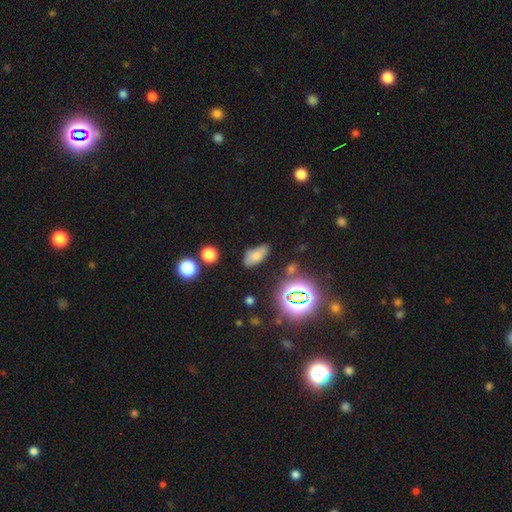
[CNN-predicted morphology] A smooth galaxy with no disk features (65%) that is in between round and cigar-shaped (89%).

Vote fractions:
- Smooth or featured? smooth: 65% / star or artifact: 18% / featured or disk: 17%
- How rounded? in between: 89% / cigar-shaped: 6% / round: 5%
- Merging? none: 73% / minor disturbance: 18% / major disturbance: 5% / merger: 4%